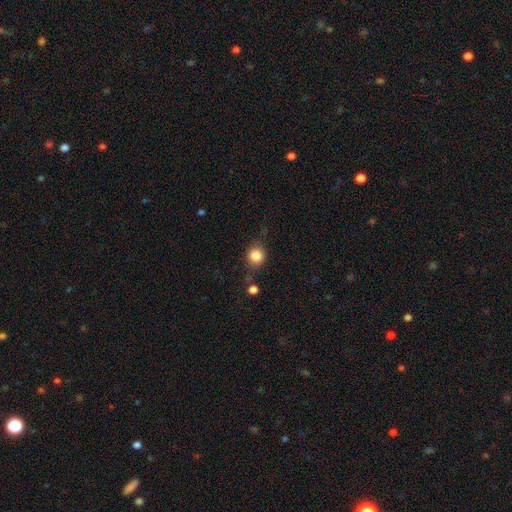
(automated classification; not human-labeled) A smooth galaxy with no disk features (82%) that is round (78%). Merging: none (67%).